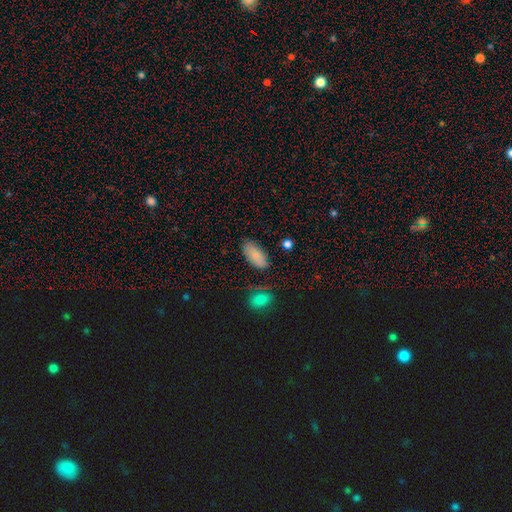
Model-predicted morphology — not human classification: type=smooth (84%); roundness=in between (92%); merging=none (77%).